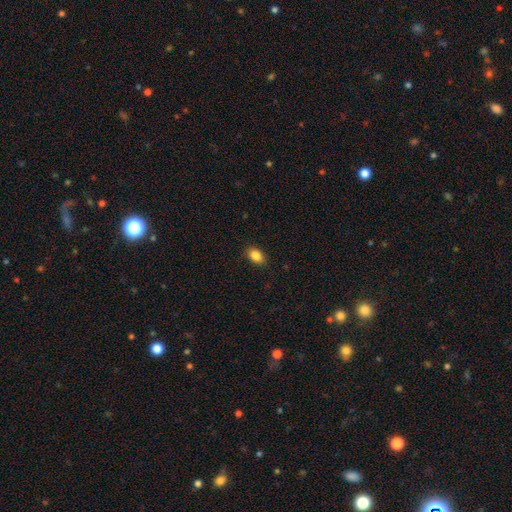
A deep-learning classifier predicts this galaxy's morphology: This appears to be a smooth galaxy with no disk features (86%) that is in between round and cigar-shaped (79%). Merging: none (87%).